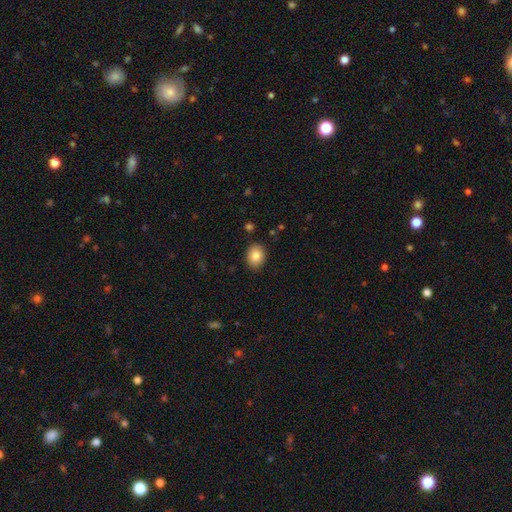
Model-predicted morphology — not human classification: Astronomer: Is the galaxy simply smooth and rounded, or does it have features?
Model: smooth — 83%.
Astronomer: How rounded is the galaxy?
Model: in between — 59% (runner-up: round, 40%).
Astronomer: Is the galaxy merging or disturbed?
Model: none — 87%.